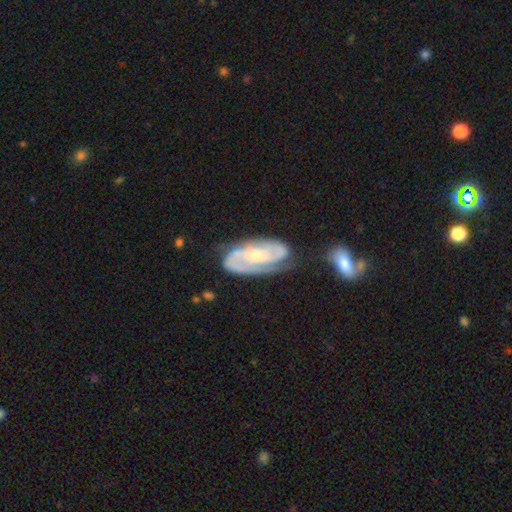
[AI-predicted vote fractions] Smooth or featured? featured or disk (82%)
Edge-on disk? no (95%)
Bar? no (61%)
Spiral arms? yes (95%)
Spiral winding? tight (51%)
Spiral arm count? 2 (65%)
Bulge size? small (63%)
Merging? none (59%)